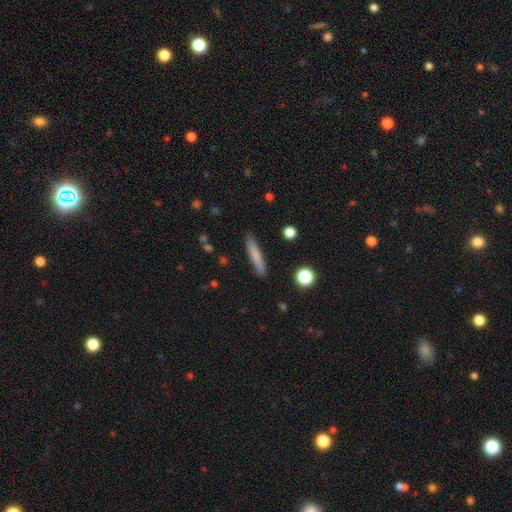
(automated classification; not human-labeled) This is likely a smooth galaxy (75%). How rounded: clearly cigar-shaped (92%). Merging: clearly none (89%).